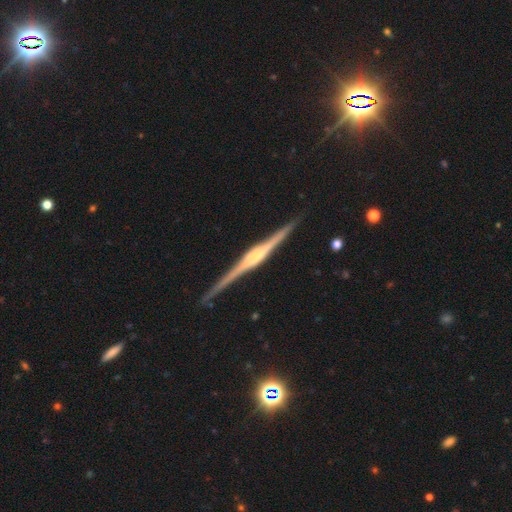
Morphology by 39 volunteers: featured or disk 87%, smooth 8%, star or artifact 5%. Down the decision tree: edge-on disk — yes (100%); edge-on bulge — boxy (59%); merging — none (97%).